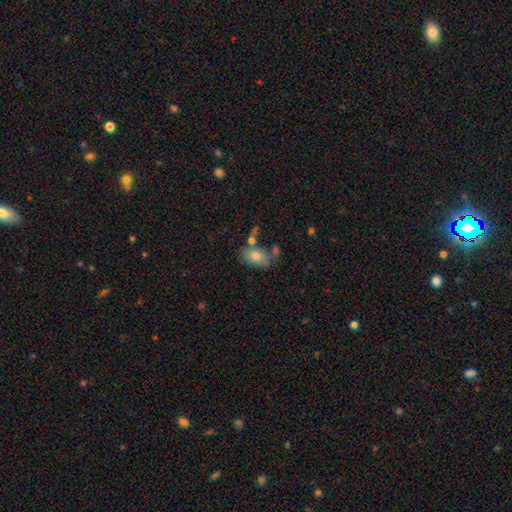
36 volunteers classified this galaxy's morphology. Smooth or featured: smooth — 81% (featured or disk — 14%)
How rounded: in between — 93% (round — 7%)
Merging: none — 68% (minor disturbance — 15%)